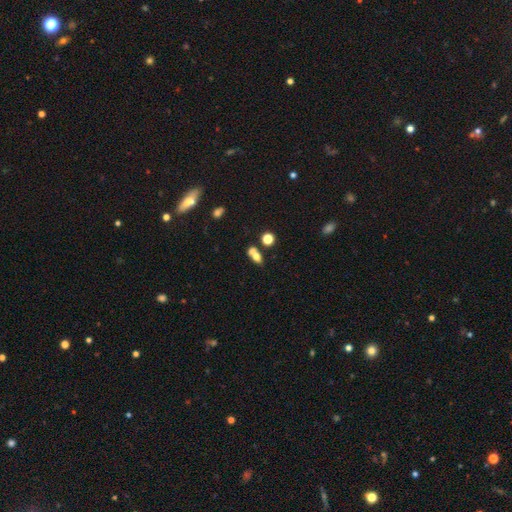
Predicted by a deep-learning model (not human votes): Overall: smooth (68%). How rounded: in between (70%). Merging: merger (45%; none 38%).